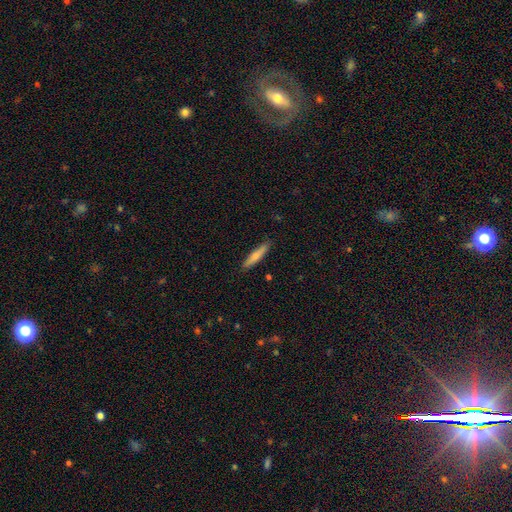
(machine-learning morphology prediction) smooth-or-featured: smooth: 70% | featured or disk: 24% | star or artifact: 6%
  how-rounded: cigar-shaped: 87% | in between: 11% | round: 1%
  merging: none: 88% | minor disturbance: 9% | major disturbance: 2% | merger: 1%